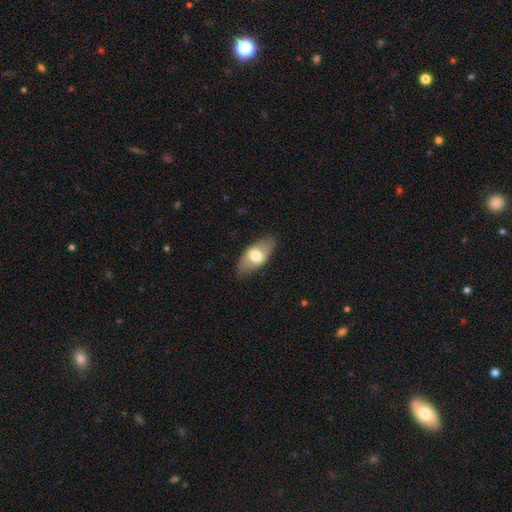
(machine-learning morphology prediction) Smooth or featured? smooth (59%)
How rounded? in between (89%)
Merging? none (81%)